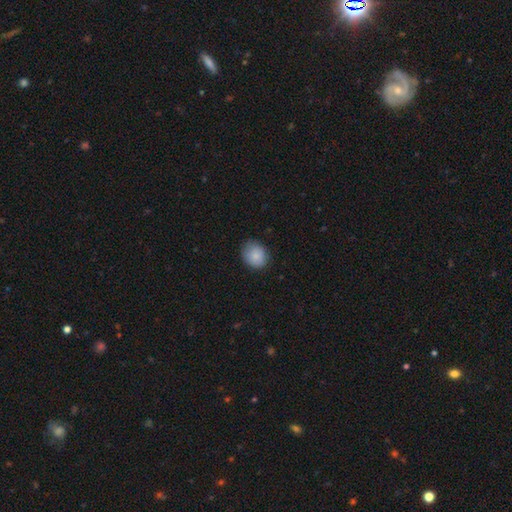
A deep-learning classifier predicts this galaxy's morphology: Smooth or featured?
  - smooth: 86% *
  - star or artifact: 8%
  - featured or disk: 6%
How rounded?
  - round: 65% *
  - in between: 34%
  - cigar-shaped: 1%
Merging?
  - none: 76% *
  - minor disturbance: 20%
  - major disturbance: 4%
  - merger: 1%